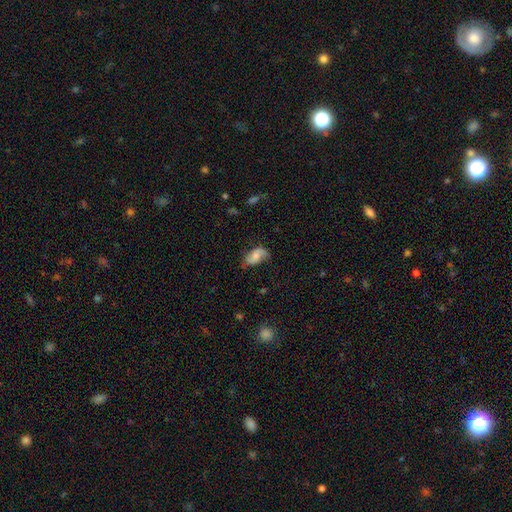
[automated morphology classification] Overall: smooth (47%; featured or disk 45%). Merging: none (58%; minor disturbance 29%).